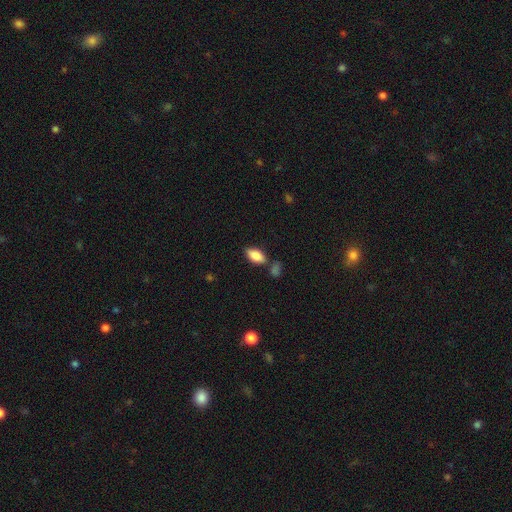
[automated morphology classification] This is clearly a smooth galaxy (84%). How rounded: clearly in between (90%). Merging: likely none (69%).